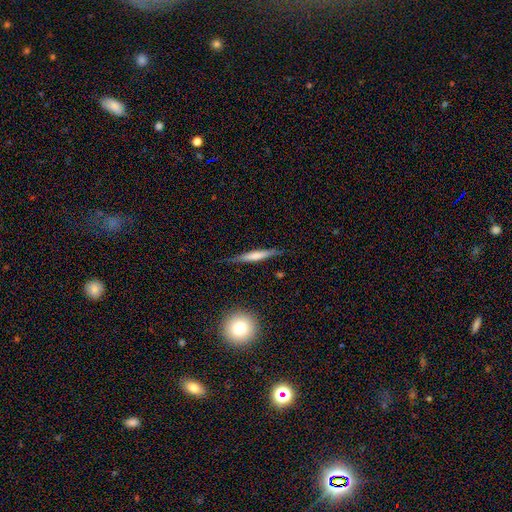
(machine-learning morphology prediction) type=smooth (54%); roundness=cigar-shaped (92%); merging=none (80%).